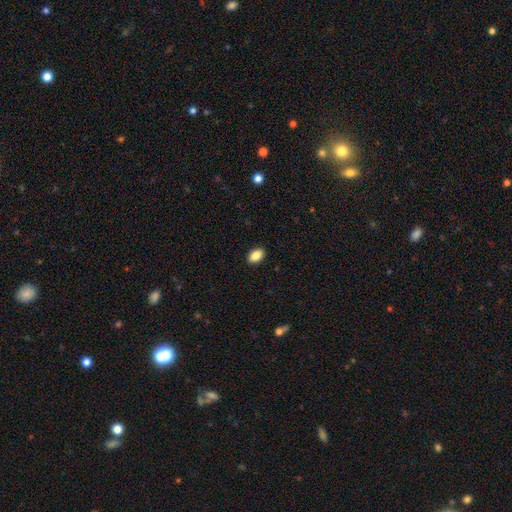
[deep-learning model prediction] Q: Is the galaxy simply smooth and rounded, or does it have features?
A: smooth — 88%.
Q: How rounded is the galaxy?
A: in between — 88%.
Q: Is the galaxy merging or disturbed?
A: none — 90%.